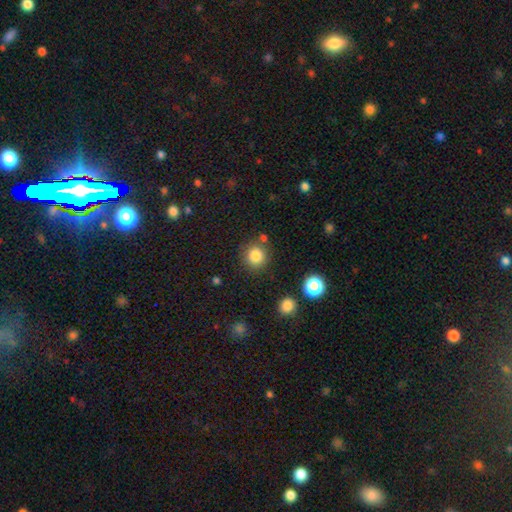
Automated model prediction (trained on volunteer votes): Smooth or featured: smooth — 84% (star or artifact — 11%)
How rounded: round — 91% (in between — 8%)
Merging: none — 81% (minor disturbance — 9%)